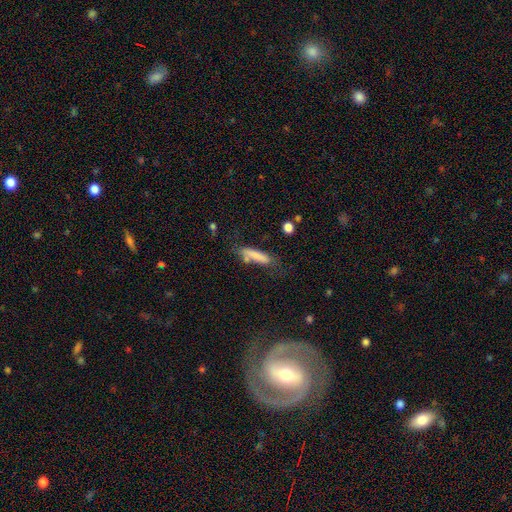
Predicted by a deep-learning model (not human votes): The model was most divided on "merging": none: 61%, minor disturbance: 23%, major disturbance: 9%, merger: 7%. More confident: how rounded — cigar-shaped (79%); smooth or featured — smooth (78%).